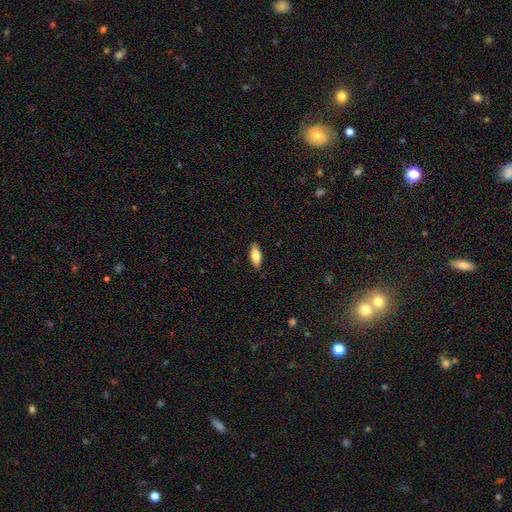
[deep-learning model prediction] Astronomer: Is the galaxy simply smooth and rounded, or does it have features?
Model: smooth — 79%.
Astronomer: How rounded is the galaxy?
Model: in between — 81%.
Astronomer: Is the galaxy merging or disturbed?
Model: none — 88%.